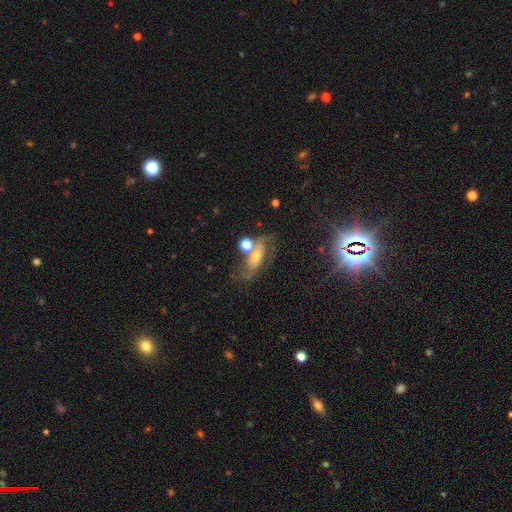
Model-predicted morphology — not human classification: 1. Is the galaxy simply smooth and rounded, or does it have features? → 55% featured or disk, 30% smooth, 15% star or artifact.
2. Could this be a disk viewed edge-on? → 84% no, 16% yes.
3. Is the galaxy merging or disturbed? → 48% none, 19% merger, 19% minor disturbance, 14% major disturbance.